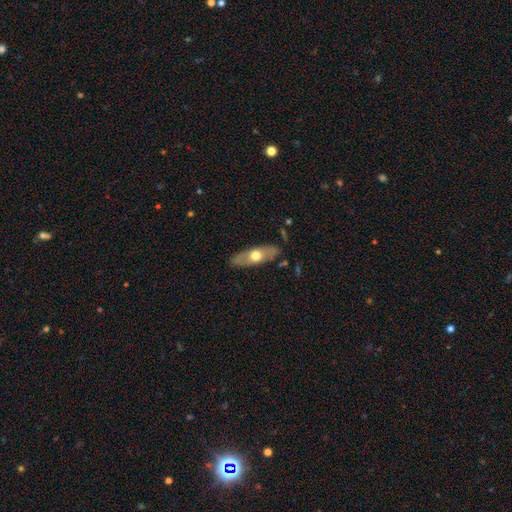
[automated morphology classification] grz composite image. It shows a smooth galaxy with no disk features (47%, tied with featured or disk). Merging: none (84%).